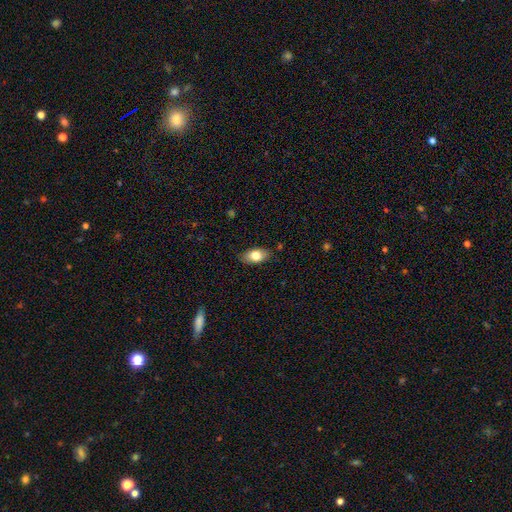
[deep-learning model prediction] Morphology: type=smooth (78%); roundness=in between (90%); merging=none (84%).